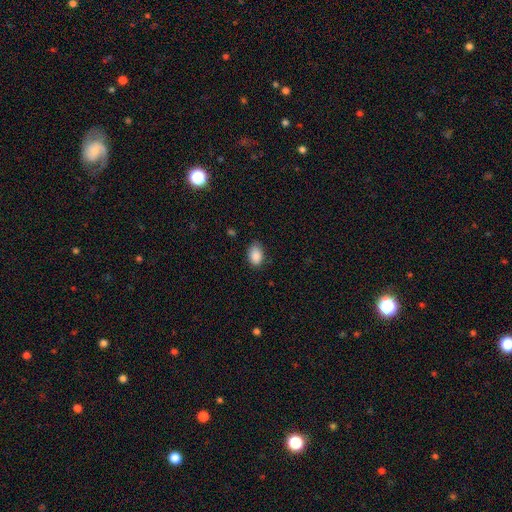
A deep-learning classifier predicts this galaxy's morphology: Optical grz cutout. It shows a smooth galaxy with no disk features (89%) that is in between round and cigar-shaped (84%). Merging: none (74%).